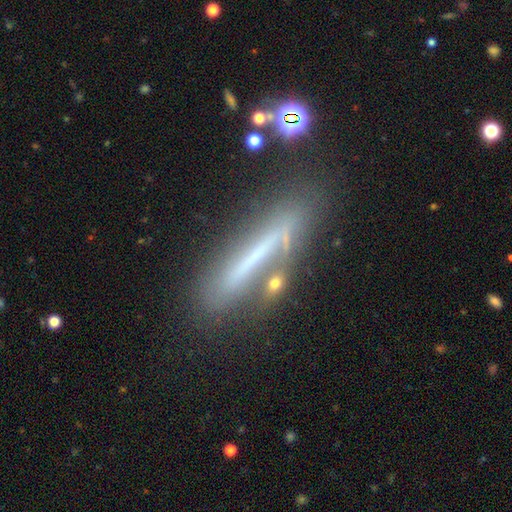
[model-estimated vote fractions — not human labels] Smooth or featured: featured or disk — 53% (smooth — 35%)
Edge-on disk: yes — 81% (no — 19%)
Merging: none — 69% (minor disturbance — 18%)